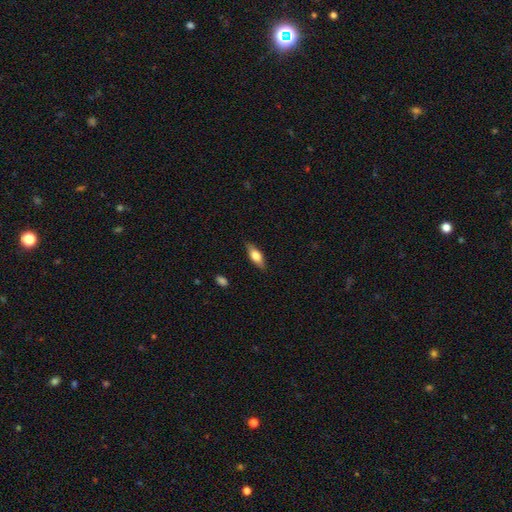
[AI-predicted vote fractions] Overall: smooth (64%; featured or disk 29%). How rounded: in between (64%; cigar-shaped 33%). Merging: none (84%).